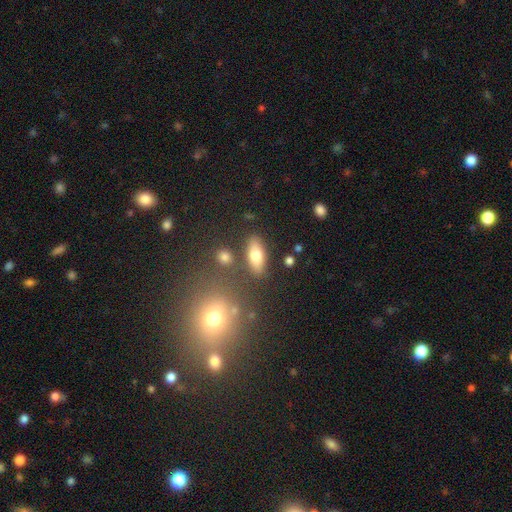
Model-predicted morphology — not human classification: Overall: smooth (74%). How rounded: in between (76%). Merging: none (81%).